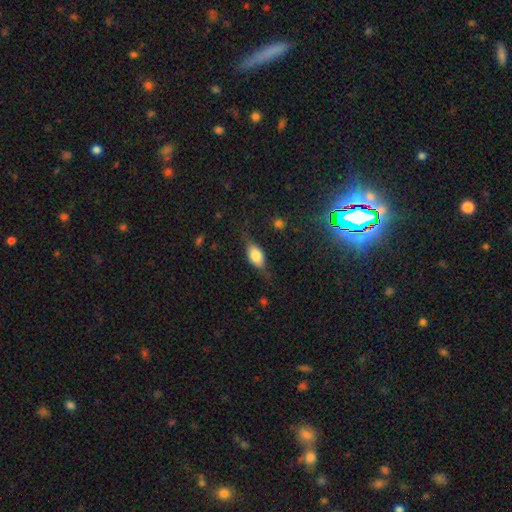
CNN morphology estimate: Smooth or featured: smooth — 62% (featured or disk — 30%)
How rounded: in between — 81% (cigar-shaped — 9%)
Merging: none — 64% (minor disturbance — 24%)